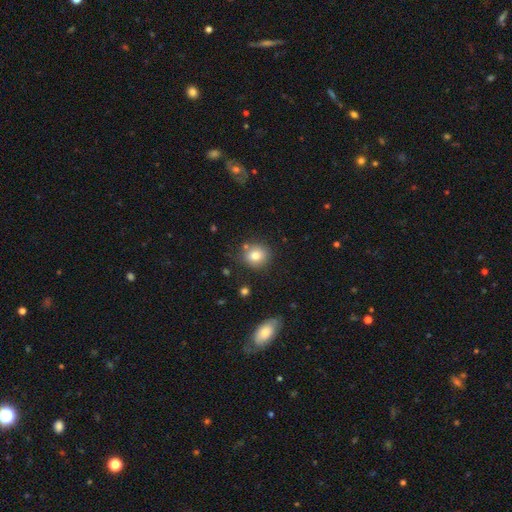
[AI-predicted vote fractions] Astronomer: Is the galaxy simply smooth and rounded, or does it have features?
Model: smooth — 79%.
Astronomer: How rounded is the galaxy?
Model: round — 84%.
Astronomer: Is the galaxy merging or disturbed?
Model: none — 82%.